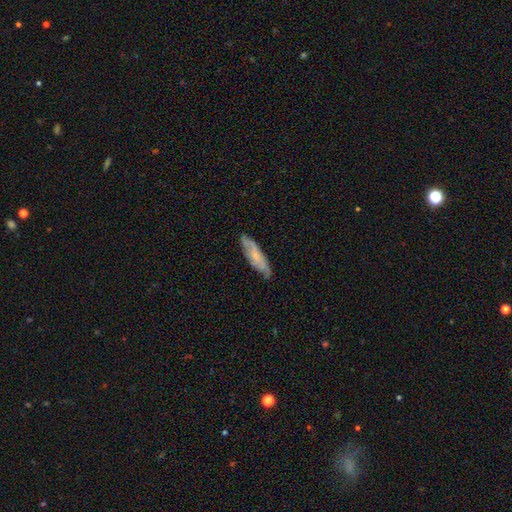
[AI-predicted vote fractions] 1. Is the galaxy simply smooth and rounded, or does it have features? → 48% featured or disk, 45% smooth, 7% star or artifact.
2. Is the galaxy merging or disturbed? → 78% none, 18% minor disturbance, 3% major disturbance, 1% merger.